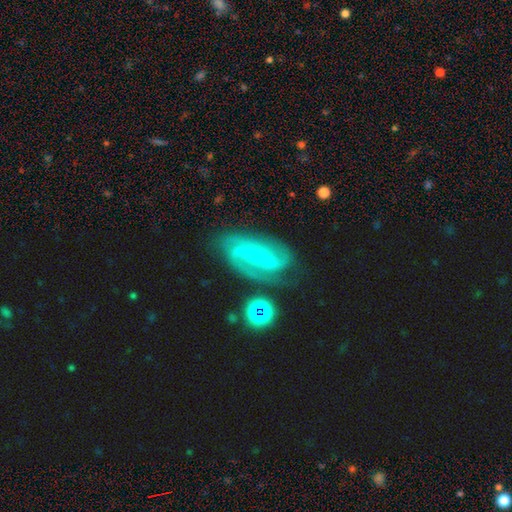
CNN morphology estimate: This appears to be a featured or disk galaxy (84%) with no bar (48%), 2 (59%) medium (48%) spiral arms (96%) and a small central bulge (84%). Merging: none (69%).